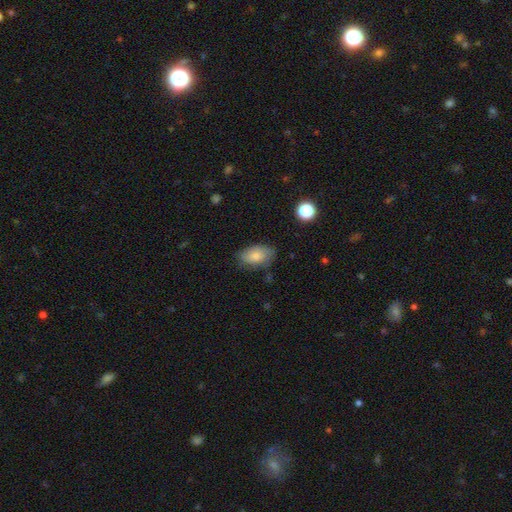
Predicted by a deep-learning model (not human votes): A smooth galaxy with no disk features (80%) that is in between round and cigar-shaped (91%).

Vote fractions:
- Smooth or featured? smooth: 80% / featured or disk: 13% / star or artifact: 7%
- How rounded? in between: 91% / round: 7% / cigar-shaped: 2%
- Merging? none: 72% / minor disturbance: 21% / major disturbance: 5% / merger: 2%